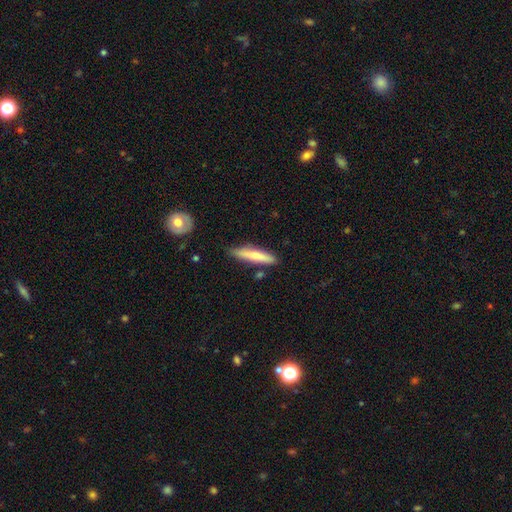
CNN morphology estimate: Smooth or featured?
  - smooth: 71% *
  - featured or disk: 23%
  - star or artifact: 6%
How rounded?
  - cigar-shaped: 84% *
  - in between: 14%
  - round: 2%
Merging?
  - none: 80% *
  - minor disturbance: 14%
  - merger: 4%
  - major disturbance: 2%